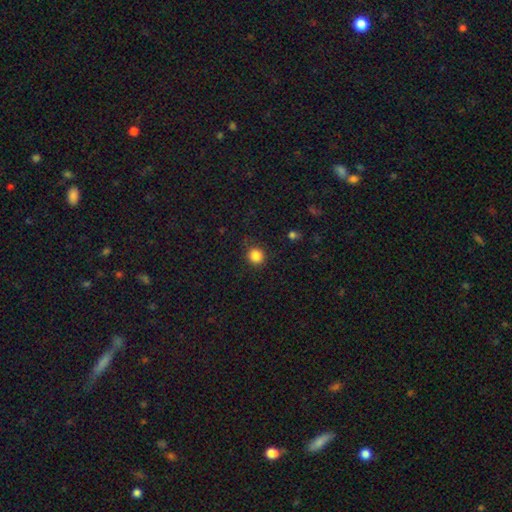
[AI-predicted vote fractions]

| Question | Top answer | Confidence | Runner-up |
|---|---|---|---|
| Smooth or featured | smooth | 85% | star or artifact (11%) |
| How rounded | round | 89% | in between (10%) |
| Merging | none | 88% | minor disturbance (8%) |